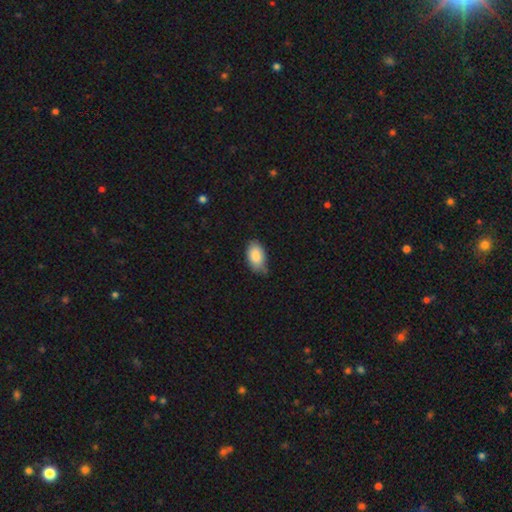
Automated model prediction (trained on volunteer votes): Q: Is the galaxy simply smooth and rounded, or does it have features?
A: smooth — 86%.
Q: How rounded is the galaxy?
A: in between — 93%.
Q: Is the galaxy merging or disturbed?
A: none — 58%.